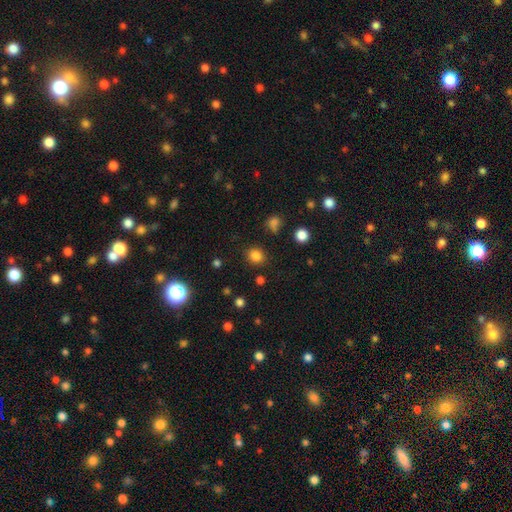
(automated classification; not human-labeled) Q: Smooth or featured?
A: smooth (82%); runner-up: star or artifact (14%)
Q: How rounded?
A: round (83%); runner-up: in between (16%)
Q: Merging?
A: none (87%); runner-up: minor disturbance (8%)